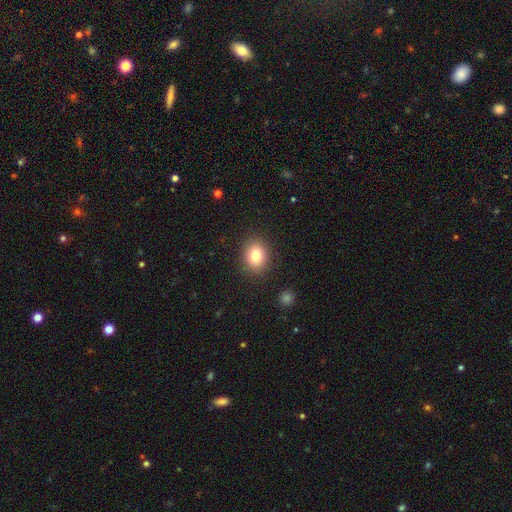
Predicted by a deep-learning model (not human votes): smooth-or-featured: smooth: 81% | star or artifact: 11% | featured or disk: 9%
  how-rounded: round: 57% | in between: 43% | cigar-shaped: 1%
  merging: none: 88% | minor disturbance: 8% | major disturbance: 3% | merger: 1%